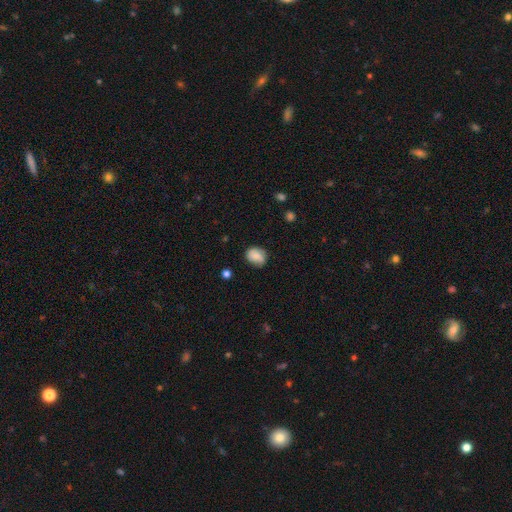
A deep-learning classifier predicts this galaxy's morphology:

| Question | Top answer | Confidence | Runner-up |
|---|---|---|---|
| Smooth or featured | smooth | 76% | featured or disk (15%) |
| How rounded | round | 52% | in between (47%) |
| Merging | none | 67% | minor disturbance (26%) |